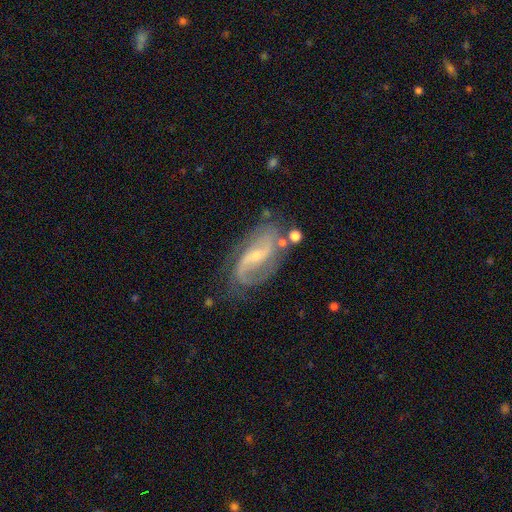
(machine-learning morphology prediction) A featured or disk galaxy (86%) with a weak bar (45%), 2 (79%) medium (44%) spiral arms (96%) and a small central bulge (72%).

Vote fractions:
- Smooth or featured? featured or disk: 86% / smooth: 8% / star or artifact: 6%
- Edge-on disk? no: 96% / yes: 4%
- Bar? weak: 45% / no: 37% / strong: 18%
- Spiral arms? yes: 96% / no: 4%
- Spiral winding? medium: 44% / loose: 38% / tight: 17%
- Spiral arm count? 2: 79% / can't tell: 8% / 1: 6% / 3: 4% / 4: 2% / more than 4: 2%
- Bulge size? small: 72% / moderate: 23% / none: 3% / large: 1% / dominant: 1%
- Merging? none: 65% / minor disturbance: 20% / major disturbance: 10% / merger: 5%